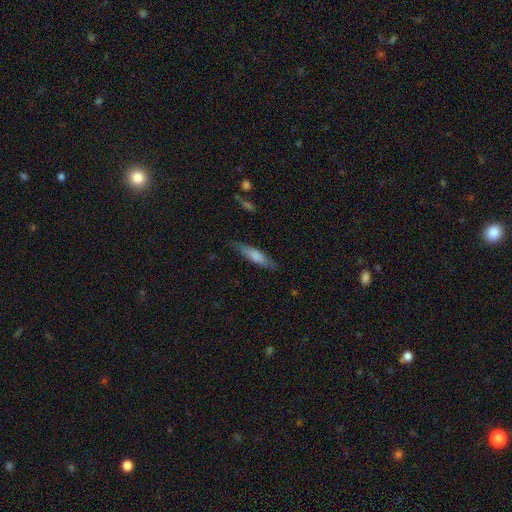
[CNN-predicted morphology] This appears to be a smooth galaxy with no disk features (70%) that is cigar-shaped (73%). Merging: none (80%).